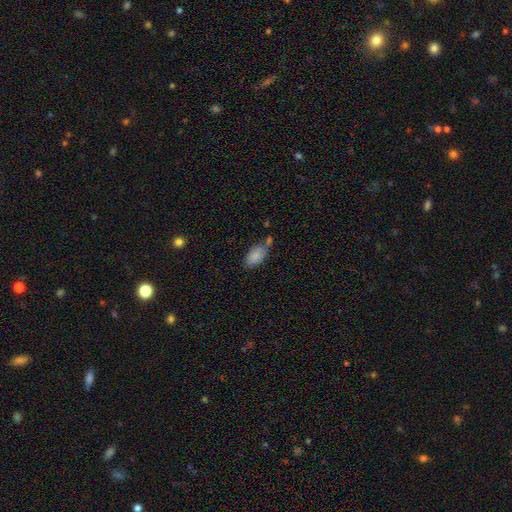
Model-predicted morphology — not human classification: Smooth or featured? smooth (84%)
How rounded? in between (94%)
Merging? none (52%)